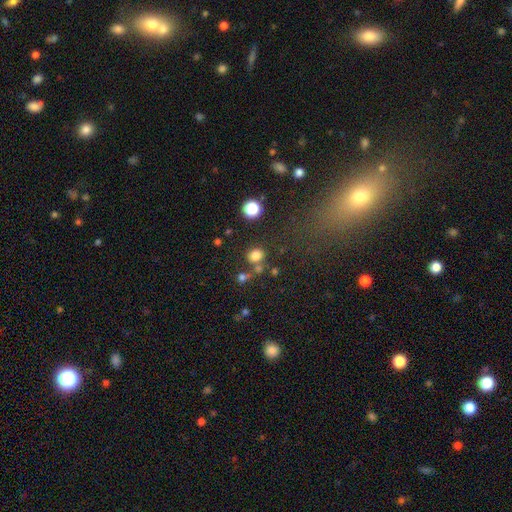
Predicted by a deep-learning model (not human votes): A smooth galaxy with no disk features (78%) that is round (69%).

Vote fractions:
- Smooth or featured? smooth: 78% / star or artifact: 15% / featured or disk: 6%
- How rounded? round: 69% / in between: 30% / cigar-shaped: 1%
- Merging? none: 70% / merger: 15% / minor disturbance: 11% / major disturbance: 5%